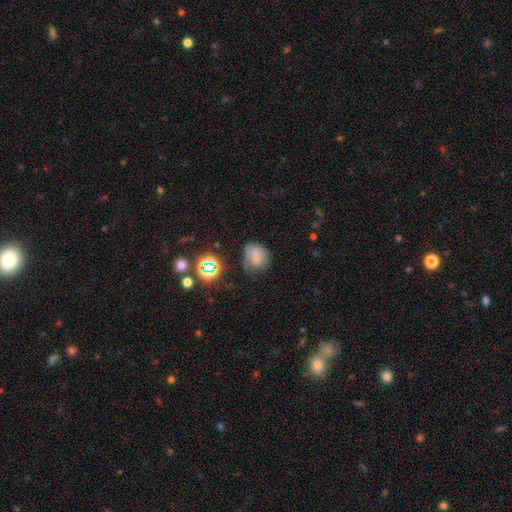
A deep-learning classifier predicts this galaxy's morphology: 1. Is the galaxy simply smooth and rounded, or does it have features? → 65% smooth, 19% star or artifact, 16% featured or disk.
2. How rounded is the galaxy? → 52% round, 47% in between, 1% cigar-shaped.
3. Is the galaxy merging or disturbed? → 47% none, 30% minor disturbance, 17% major disturbance, 5% merger.